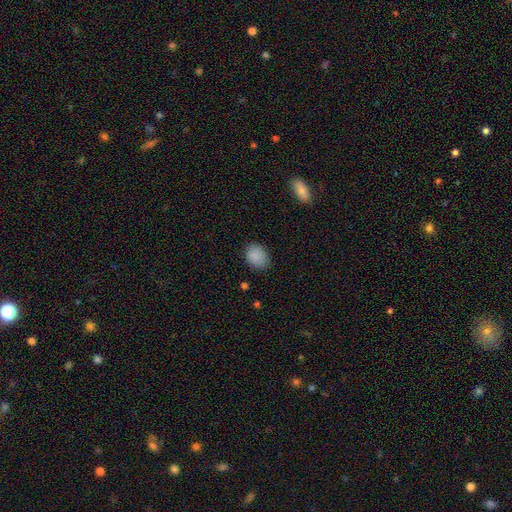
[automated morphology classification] smooth 87%, star or artifact 9%, featured or disk 4%. Down the decision tree: how rounded — in between (61%); merging — none (77%).